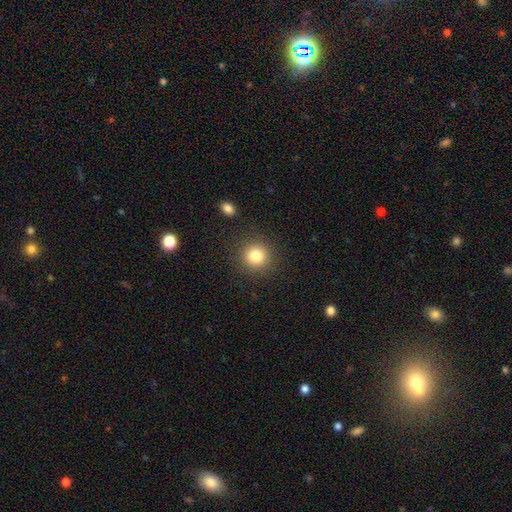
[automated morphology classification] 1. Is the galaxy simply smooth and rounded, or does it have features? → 82% smooth, 11% star or artifact, 7% featured or disk.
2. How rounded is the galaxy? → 93% round, 6% in between, 1% cigar-shaped.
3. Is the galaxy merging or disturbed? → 89% none, 7% minor disturbance, 3% major disturbance, 2% merger.